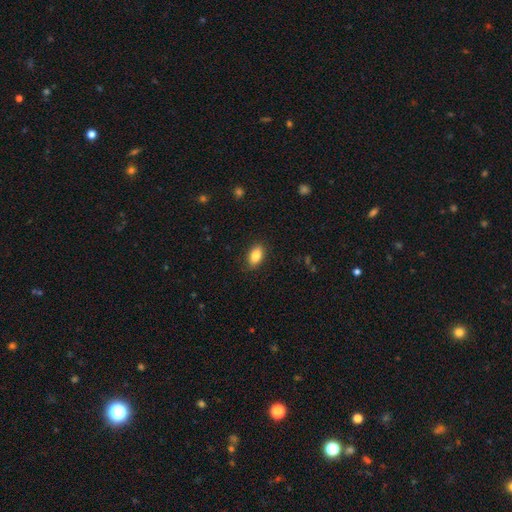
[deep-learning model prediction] Smooth or featured? Predicted: smooth (p=0.85). How rounded? Predicted: in between (p=0.90). Merging? Predicted: none (p=0.85).